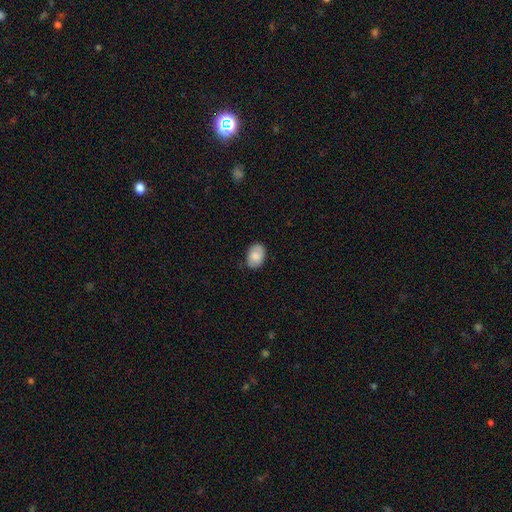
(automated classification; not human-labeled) Smooth or featured? smooth (78%)
How rounded? in between (85%)
Merging? none (80%)